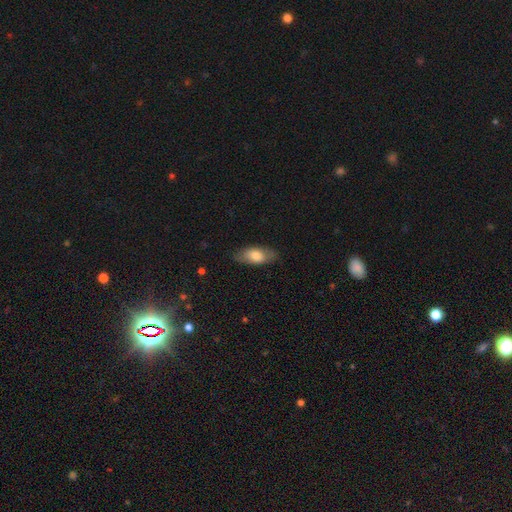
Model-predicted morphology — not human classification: type=smooth (71%); roundness=in between (86%); merging=none (81%).